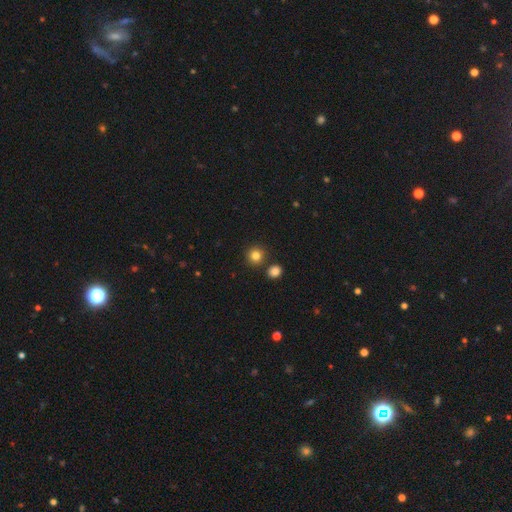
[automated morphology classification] Smooth or featured? smooth (83%)
How rounded? round (92%)
Merging? none (82%)